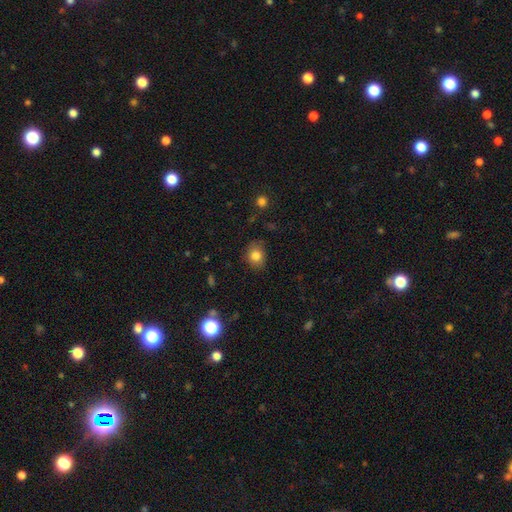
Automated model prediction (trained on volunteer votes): smooth_or_featured: smooth (p=0.81) [alt: star or artifact p=0.10]
how_rounded: round (p=0.54) [alt: in between p=0.45]
merging: none (p=0.74) [alt: minor disturbance p=0.20]